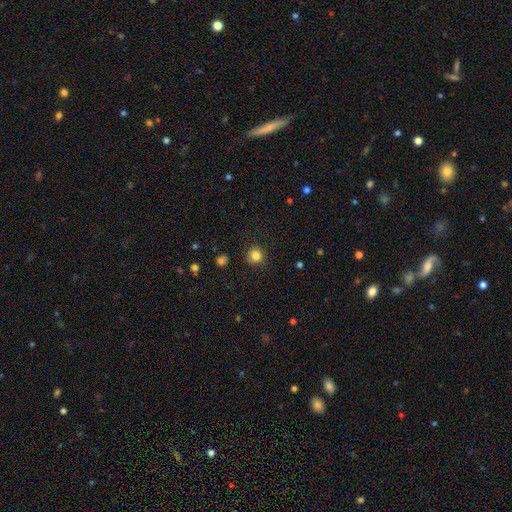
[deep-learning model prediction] smooth-or-featured: smooth: 83% | star or artifact: 12% | featured or disk: 5%
  how-rounded: round: 93% | in between: 6% | cigar-shaped: 1%
  merging: none: 89% | minor disturbance: 8% | major disturbance: 2% | merger: 1%